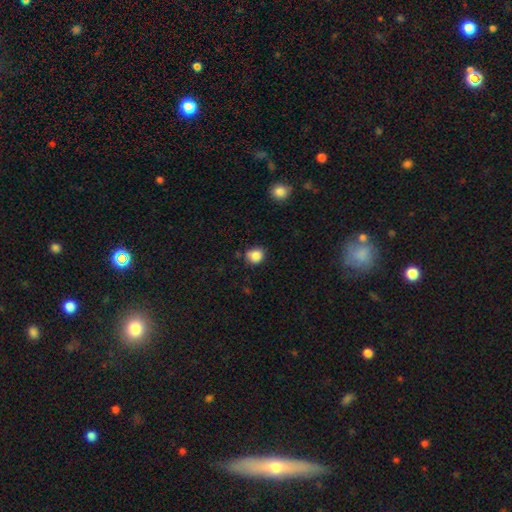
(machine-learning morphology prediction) Smooth or featured? Predicted: smooth (p=0.85). How rounded? Predicted: round (p=0.78). Merging? Predicted: none (p=0.72).